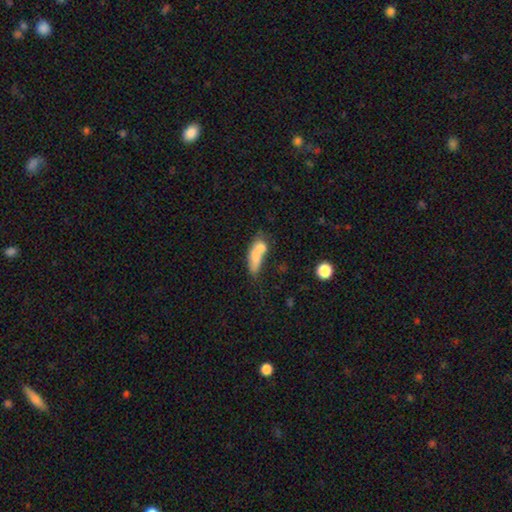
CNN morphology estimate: A smooth galaxy with no disk features (70%) that is in between round and cigar-shaped (63%).

Vote fractions:
- Smooth or featured? smooth: 70% / featured or disk: 21% / star or artifact: 9%
- How rounded? in between: 63% / cigar-shaped: 31% / round: 5%
- Merging? merger: 42% / none: 29% / minor disturbance: 18% / major disturbance: 12%